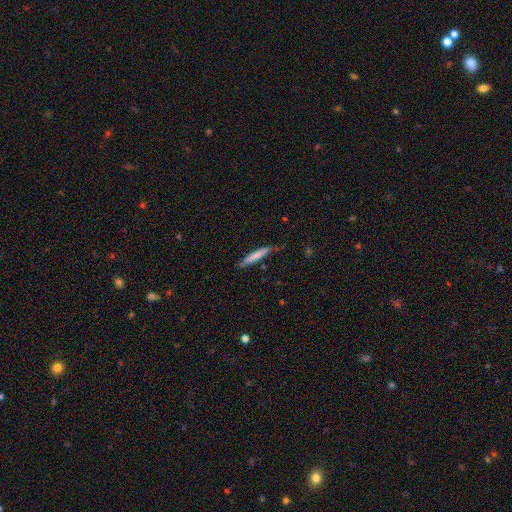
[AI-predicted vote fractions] Smooth or featured: smooth — 75% (featured or disk — 20%)
How rounded: cigar-shaped — 94% (in between — 5%)
Merging: none — 84% (minor disturbance — 12%)